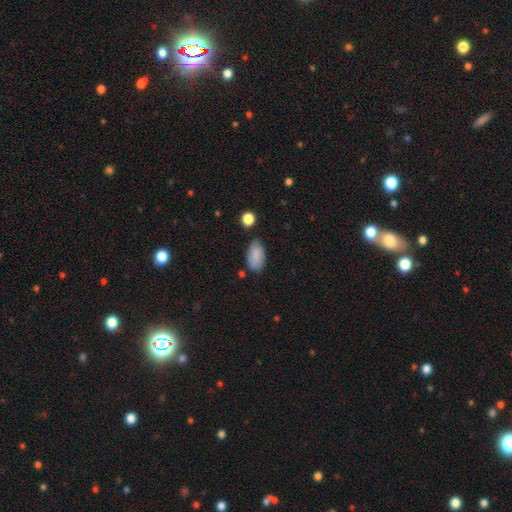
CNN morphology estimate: The model was most divided on "merging": none: 70%, minor disturbance: 21%, major disturbance: 4%, merger: 4%. More confident: how rounded — in between (93%); smooth or featured — smooth (82%).